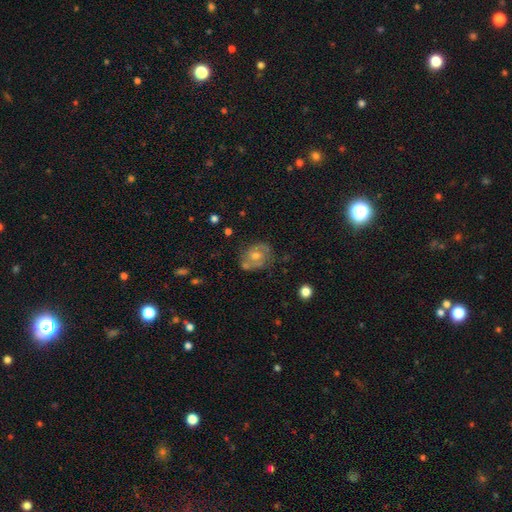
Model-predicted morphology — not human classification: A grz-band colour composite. It shows a featured or disk galaxy (67%) with no bar (54%), 2 (79%) medium (49%) spiral arms (86%) and a moderate central bulge (58%). Merging: none (70%).